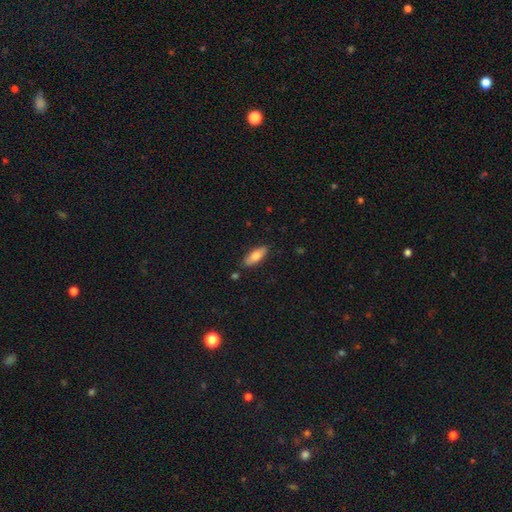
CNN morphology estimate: Overall: smooth (73%). How rounded: in between (67%; cigar-shaped 30%). Merging: none (85%).